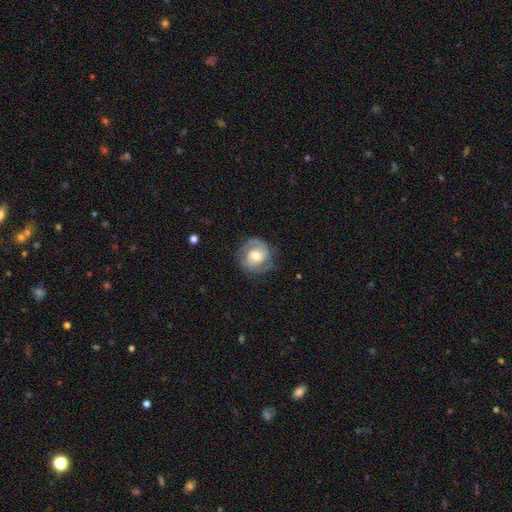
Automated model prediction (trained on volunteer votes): Q: Smooth or featured?
A: featured or disk (80%); runner-up: smooth (14%)
Q: Edge-on disk?
A: no (98%); runner-up: yes (2%)
Q: Bar?
A: no (50%); runner-up: weak (38%)
Q: Spiral arms?
A: yes (94%); runner-up: no (6%)
Q: Spiral winding?
A: tight (52%); runner-up: medium (38%)
Q: Spiral arm count?
A: 2 (80%); runner-up: can't tell (8%)
Q: Bulge size?
A: moderate (65%); runner-up: small (20%)
Q: Merging?
A: none (77%); runner-up: minor disturbance (15%)